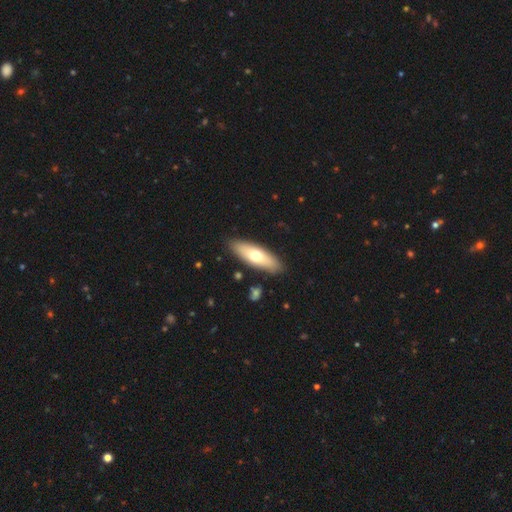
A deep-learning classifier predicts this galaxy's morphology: Smooth or featured?
  - smooth: 63% *
  - featured or disk: 32%
  - star or artifact: 5%
How rounded?
  - in between: 56% *
  - cigar-shaped: 42%
  - round: 2%
Merging?
  - none: 88% *
  - minor disturbance: 8%
  - major disturbance: 2%
  - merger: 2%